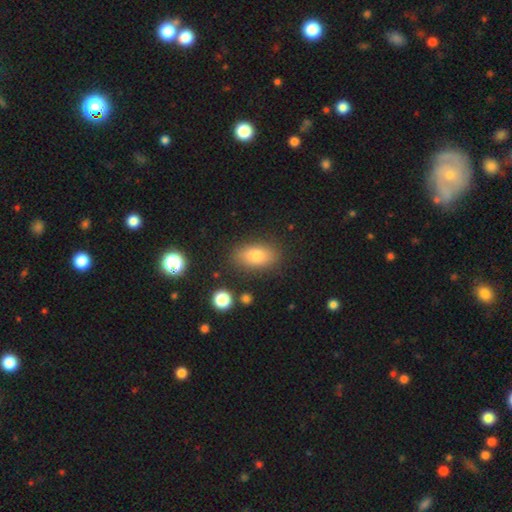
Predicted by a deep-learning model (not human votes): A smooth galaxy with no disk features (77%) that is in between round and cigar-shaped (86%).

Vote fractions:
- Smooth or featured? smooth: 77% / featured or disk: 13% / star or artifact: 10%
- How rounded? in between: 86% / round: 9% / cigar-shaped: 5%
- Merging? none: 84% / minor disturbance: 11% / major disturbance: 3% / merger: 2%